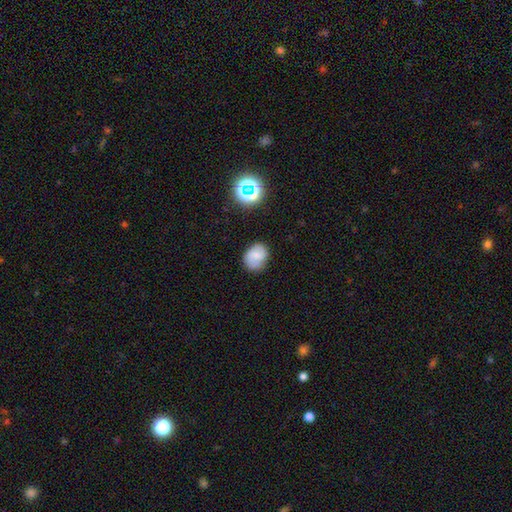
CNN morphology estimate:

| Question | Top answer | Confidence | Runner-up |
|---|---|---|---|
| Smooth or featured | smooth | 66% | featured or disk (21%) |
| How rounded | in between | 52% | round (47%) |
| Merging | none | 70% | minor disturbance (22%) |